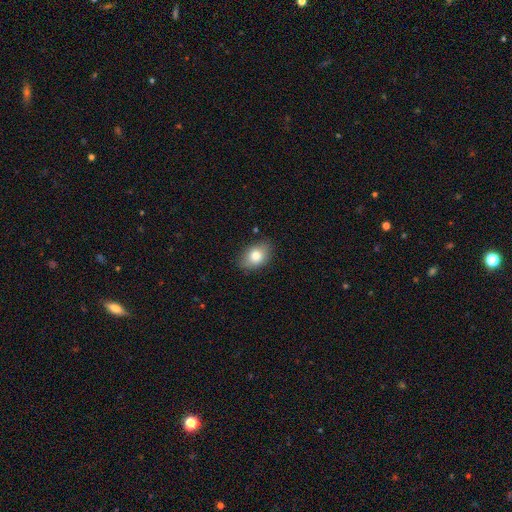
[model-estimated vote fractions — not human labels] Smooth or featured?
  - smooth: 80% *
  - featured or disk: 12%
  - star or artifact: 8%
How rounded?
  - in between: 82% *
  - round: 16%
  - cigar-shaped: 1%
Merging?
  - none: 83% *
  - minor disturbance: 13%
  - major disturbance: 3%
  - merger: 1%